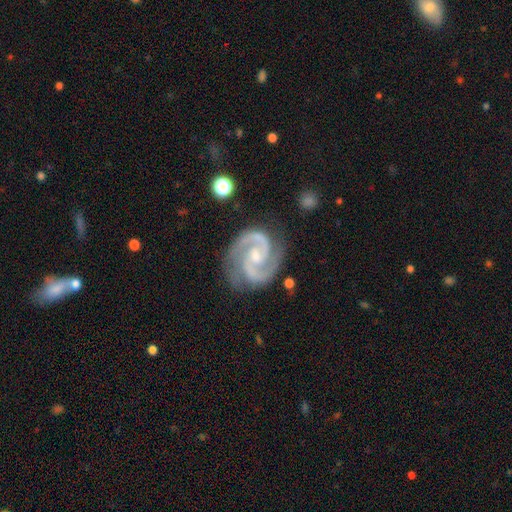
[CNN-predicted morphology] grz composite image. It shows a featured or disk galaxy (94%) with no bar (49%), 2 (94%) medium (58%) spiral arms (99%) and a small central bulge (53%). Merging: none (81%).